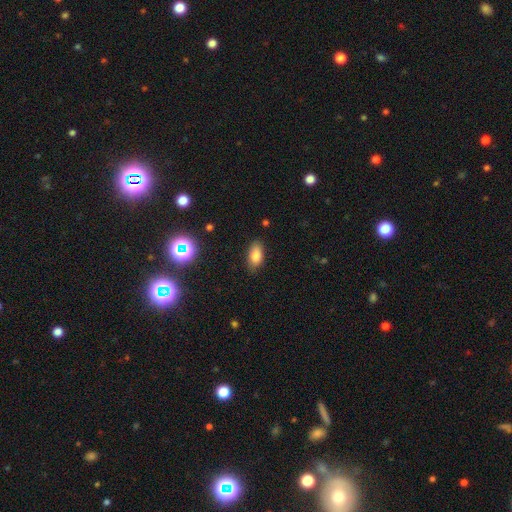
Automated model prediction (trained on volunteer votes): This is clearly a smooth galaxy (81%). How rounded: clearly in between (91%). Merging: clearly none (84%).